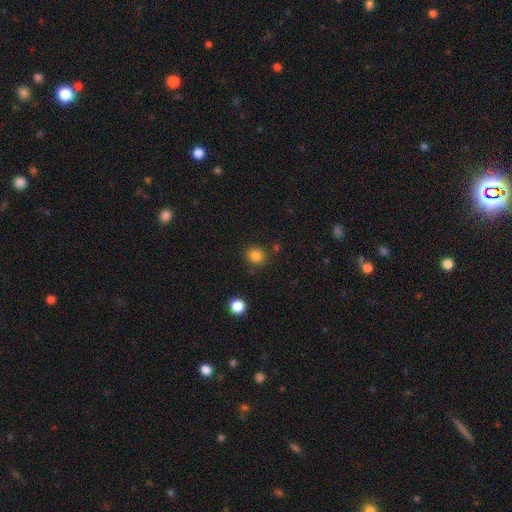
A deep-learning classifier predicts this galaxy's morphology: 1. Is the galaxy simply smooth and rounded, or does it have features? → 83% smooth, 12% star or artifact, 4% featured or disk.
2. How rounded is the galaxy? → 83% round, 16% in between, 1% cigar-shaped.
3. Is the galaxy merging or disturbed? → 84% none, 9% minor disturbance, 4% merger, 3% major disturbance.